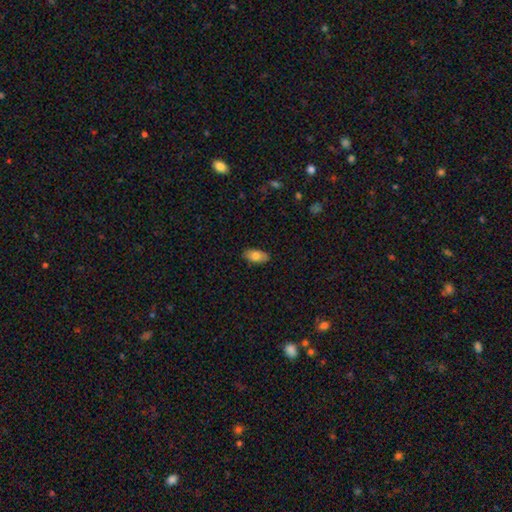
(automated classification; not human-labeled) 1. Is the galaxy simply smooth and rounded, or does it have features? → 80% smooth, 13% featured or disk, 7% star or artifact.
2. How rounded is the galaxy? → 92% in between, 5% cigar-shaped, 3% round.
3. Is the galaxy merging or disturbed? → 87% none, 10% minor disturbance, 2% major disturbance, 1% merger.